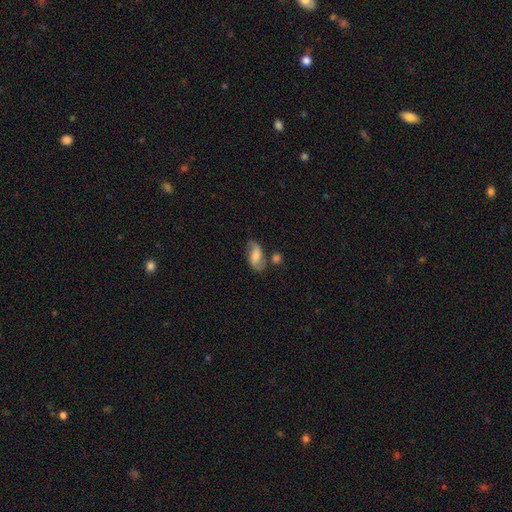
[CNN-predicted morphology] A smooth galaxy with no disk features (49%).

Vote fractions:
- Smooth or featured? smooth: 49% / featured or disk: 43% / star or artifact: 8%
- Merging? none: 57% / minor disturbance: 21% / merger: 14% / major disturbance: 8%